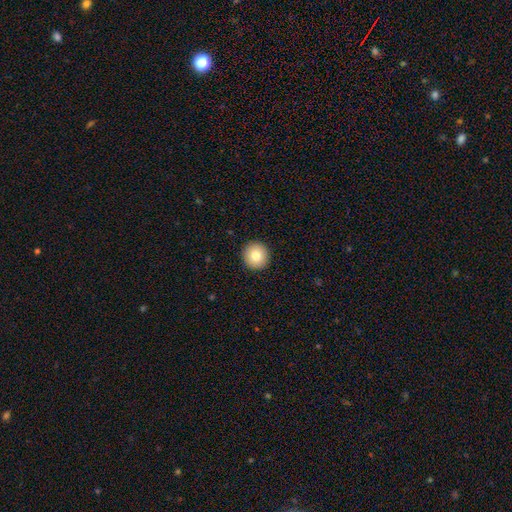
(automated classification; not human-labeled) The model was most divided on "smooth or featured": smooth: 79%, featured or disk: 12%, star or artifact: 9%. More confident: how rounded — round (95%); merging — none (93%).